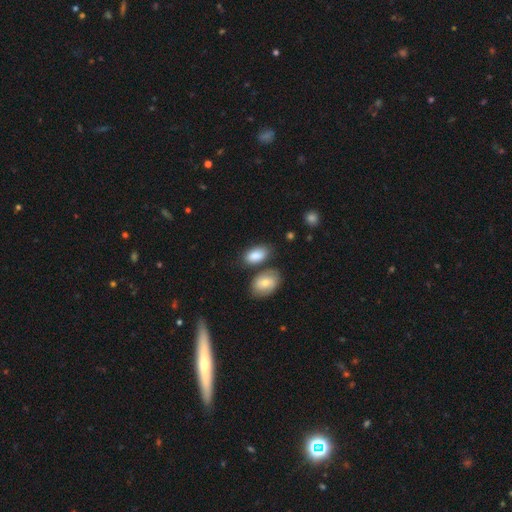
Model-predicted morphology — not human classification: type=smooth (83%); roundness=in between (92%); merging=none (60%).